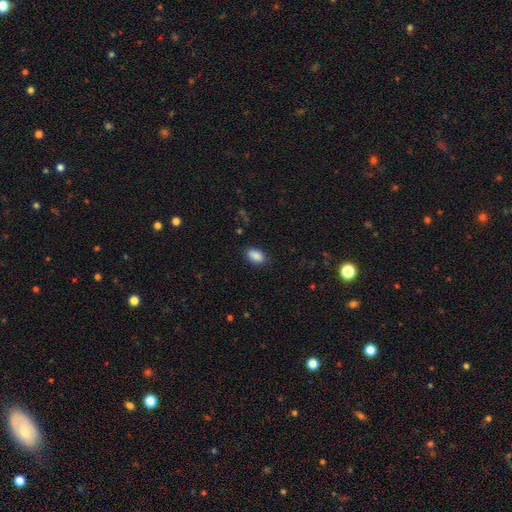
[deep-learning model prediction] Smooth or featured? Predicted: smooth (p=0.89). How rounded? Predicted: in between (p=0.89). Merging? Predicted: none (p=0.83).